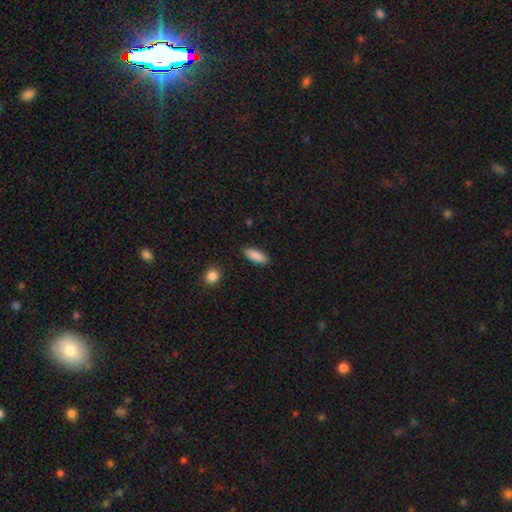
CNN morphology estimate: Smooth or featured? smooth (89%)
How rounded? in between (78%)
Merging? none (88%)